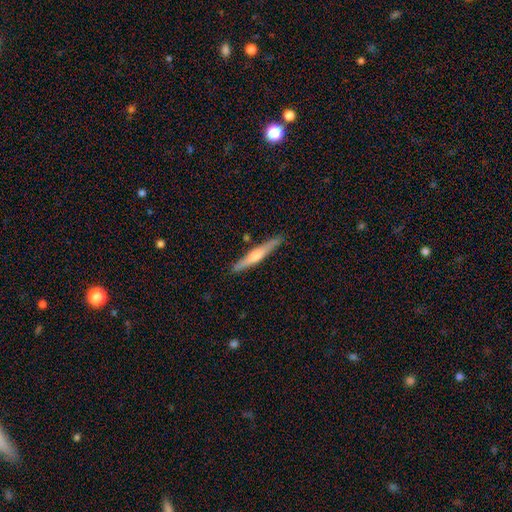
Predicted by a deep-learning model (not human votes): Smooth or featured? Predicted: featured or disk (p=0.56). Edge-on disk? Predicted: yes (p=0.97). Edge-on bulge? Predicted: rounded (p=0.79). Merging? Predicted: none (p=0.88).